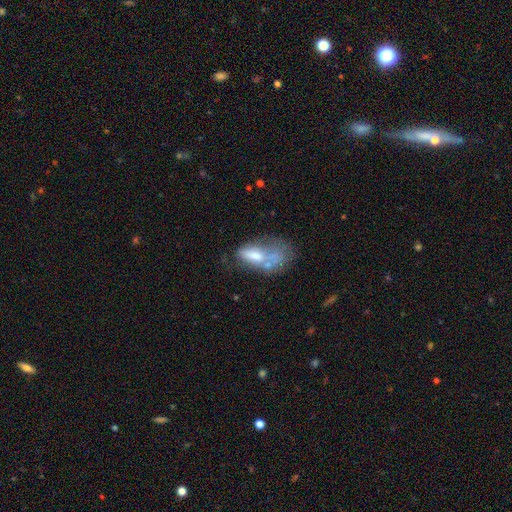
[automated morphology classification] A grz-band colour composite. It shows a smooth galaxy with no disk features (52%) that is in between round and cigar-shaped (81%). Merging: major disturbance (32%).